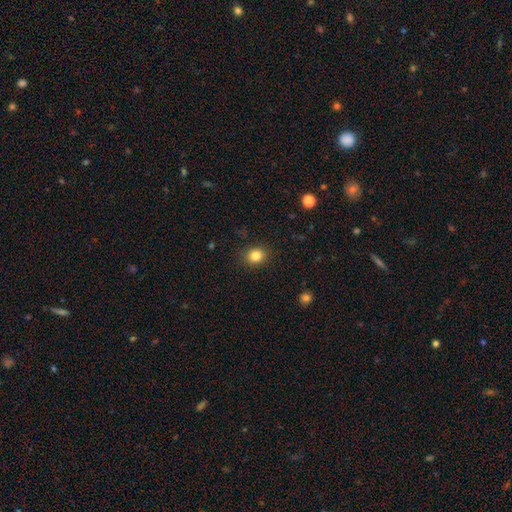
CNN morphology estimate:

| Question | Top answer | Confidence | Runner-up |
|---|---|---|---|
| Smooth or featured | smooth | 84% | star or artifact (11%) |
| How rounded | round | 71% | in between (28%) |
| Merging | none | 89% | minor disturbance (8%) |